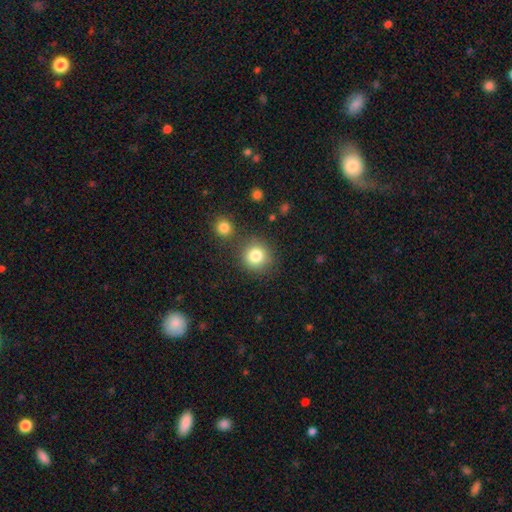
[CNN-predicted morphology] type=smooth (83%); roundness=round (90%); merging=none (79%).